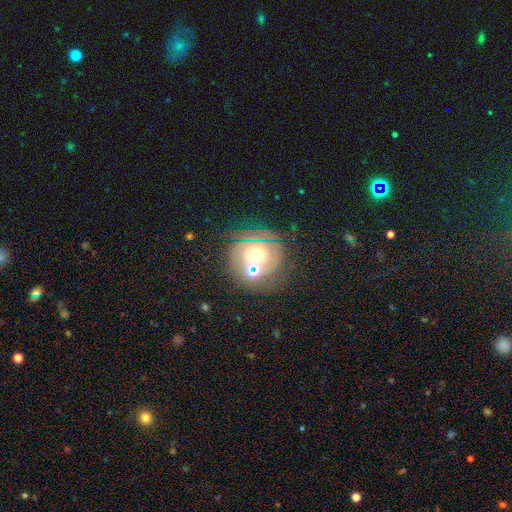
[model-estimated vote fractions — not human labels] Smooth or featured? smooth (43%)
Merging? none (60%)